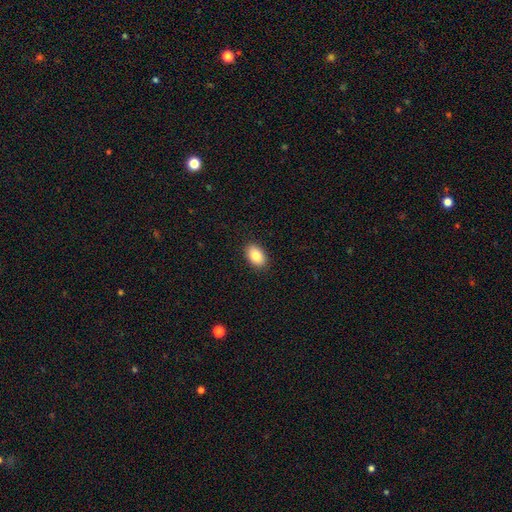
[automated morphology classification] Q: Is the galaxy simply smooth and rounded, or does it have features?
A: smooth — 86%.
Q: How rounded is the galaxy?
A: in between — 90%.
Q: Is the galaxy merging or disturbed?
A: none — 90%.